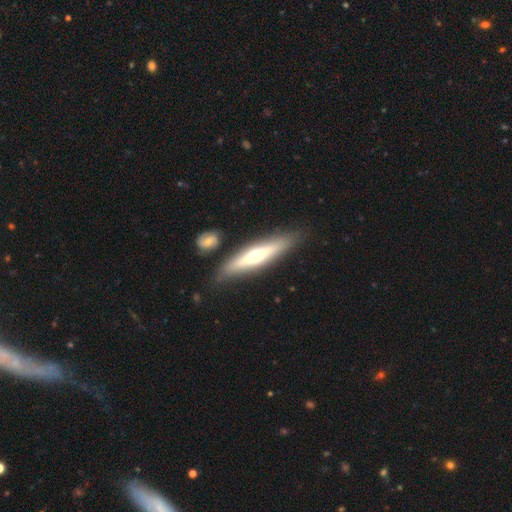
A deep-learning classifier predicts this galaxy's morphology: Smooth or featured: featured or disk — 54% (smooth — 41%)
Edge-on disk: yes — 88% (no — 12%)
Merging: none — 83% (minor disturbance — 10%)